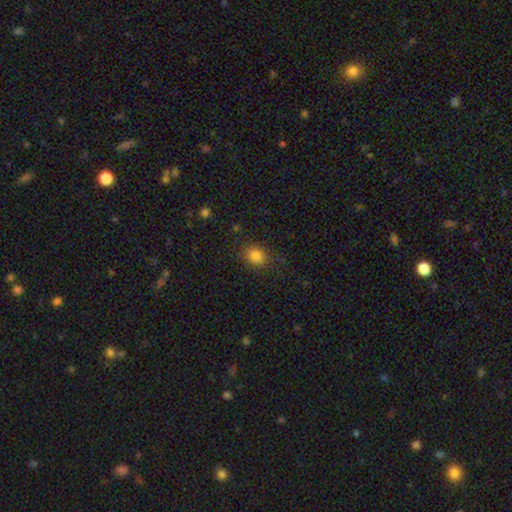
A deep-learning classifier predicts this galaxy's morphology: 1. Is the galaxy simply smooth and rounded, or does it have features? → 83% smooth, 11% star or artifact, 5% featured or disk.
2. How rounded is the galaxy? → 51% round, 48% in between, 1% cigar-shaped.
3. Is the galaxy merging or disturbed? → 85% none, 11% minor disturbance, 3% major disturbance, 1% merger.